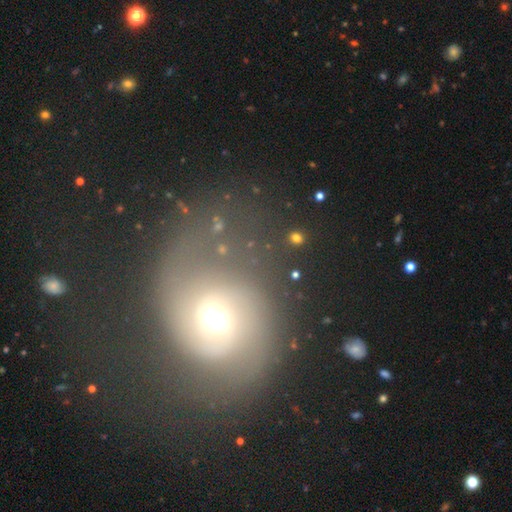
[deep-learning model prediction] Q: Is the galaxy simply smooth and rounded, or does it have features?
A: featured or disk — 65%.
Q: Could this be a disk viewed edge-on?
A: no — 97%.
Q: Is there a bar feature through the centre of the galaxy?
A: no — 62%.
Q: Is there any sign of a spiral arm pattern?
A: yes — 85%.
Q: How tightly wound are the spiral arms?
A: medium — 44%.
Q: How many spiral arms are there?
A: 2 — 76%.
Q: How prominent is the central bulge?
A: moderate — 63%.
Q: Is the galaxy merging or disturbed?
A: none — 50%.